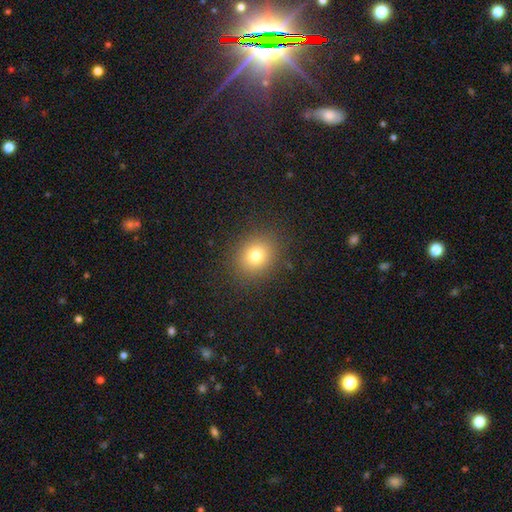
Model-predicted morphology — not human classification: smooth 78%, star or artifact 14%, featured or disk 8%. Down the decision tree: how rounded — round (67%); merging — none (88%).